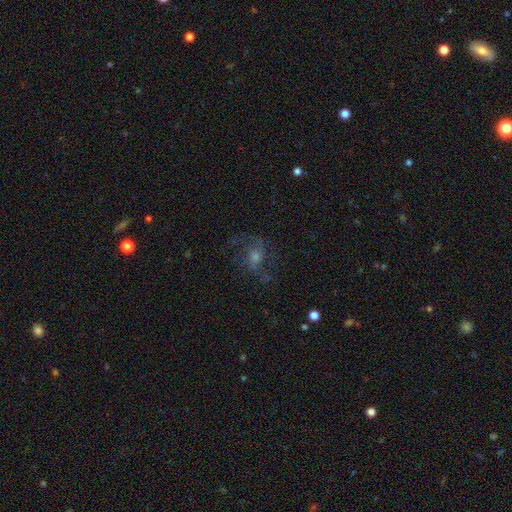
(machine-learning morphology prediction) Smooth or featured?
  - featured or disk: 61% *
  - smooth: 20%
  - star or artifact: 19%
Edge-on disk?
  - no: 96% *
  - yes: 4%
Bar?
  - no: 61% *
  - weak: 32%
  - strong: 7%
Spiral arms?
  - yes: 88% *
  - no: 12%
Spiral winding?
  - loose: 45% *
  - medium: 44%
  - tight: 11%
Spiral arm count?
  - 2: 77% *
  - can't tell: 11%
  - 3: 5%
  - 1: 3%
  - 4: 2%
  - more than 4: 2%
Bulge size?
  - moderate: 49% *
  - small: 33%
  - large: 10%
  - none: 6%
  - dominant: 2%
Merging?
  - none: 67% *
  - minor disturbance: 16%
  - major disturbance: 15%
  - merger: 2%